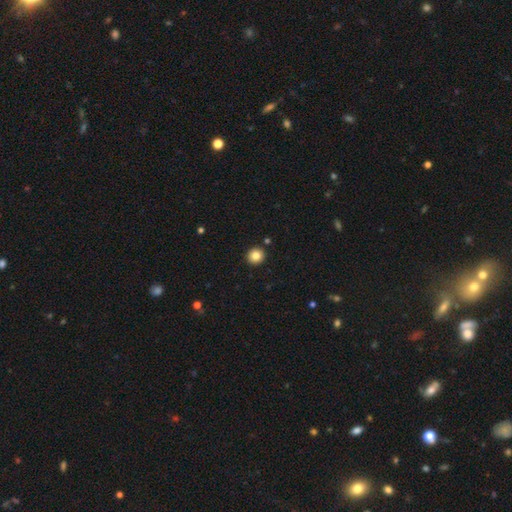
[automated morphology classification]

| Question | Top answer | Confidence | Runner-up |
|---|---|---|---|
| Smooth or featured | smooth | 84% | star or artifact (10%) |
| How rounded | round | 92% | in between (7%) |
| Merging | none | 92% | minor disturbance (5%) |